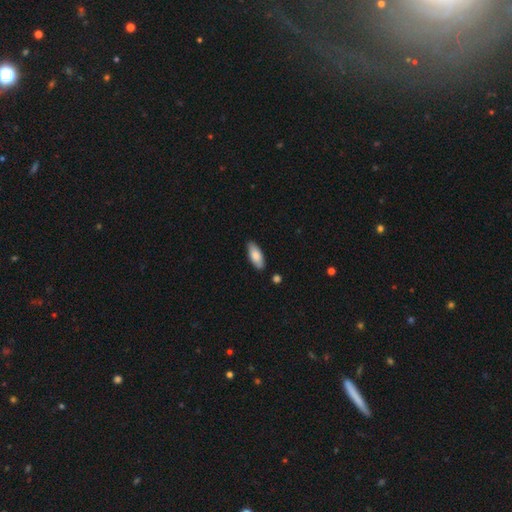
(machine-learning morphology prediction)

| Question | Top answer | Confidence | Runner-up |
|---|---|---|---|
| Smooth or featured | smooth | 81% | featured or disk (13%) |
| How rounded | in between | 80% | cigar-shaped (18%) |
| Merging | none | 85% | minor disturbance (11%) |